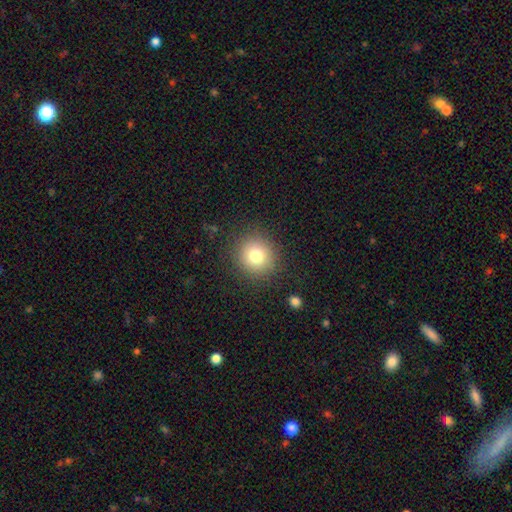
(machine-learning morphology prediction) This appears to be a smooth galaxy with no disk features (78%) that is round (91%). Merging: none (88%).